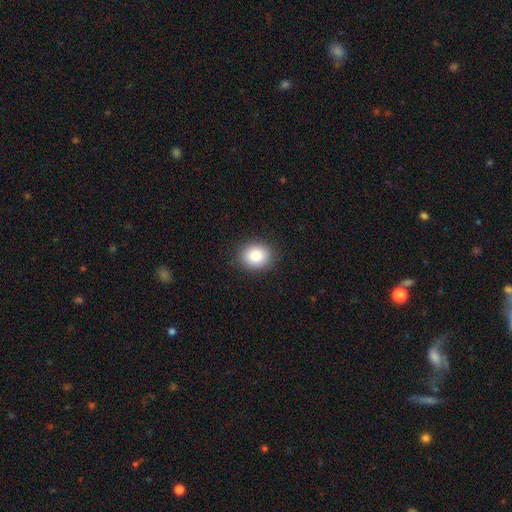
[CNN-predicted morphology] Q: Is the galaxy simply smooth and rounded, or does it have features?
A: smooth — 86%.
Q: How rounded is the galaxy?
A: round — 63%.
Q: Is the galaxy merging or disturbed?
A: none — 89%.